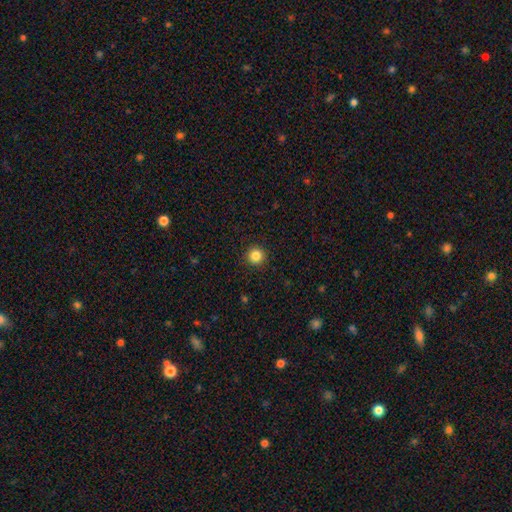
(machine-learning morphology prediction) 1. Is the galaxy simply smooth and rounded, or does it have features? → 84% smooth, 11% star or artifact, 4% featured or disk.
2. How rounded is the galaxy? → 95% round, 4% in between, 1% cigar-shaped.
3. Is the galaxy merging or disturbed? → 93% none, 5% minor disturbance, 2% major disturbance, 1% merger.